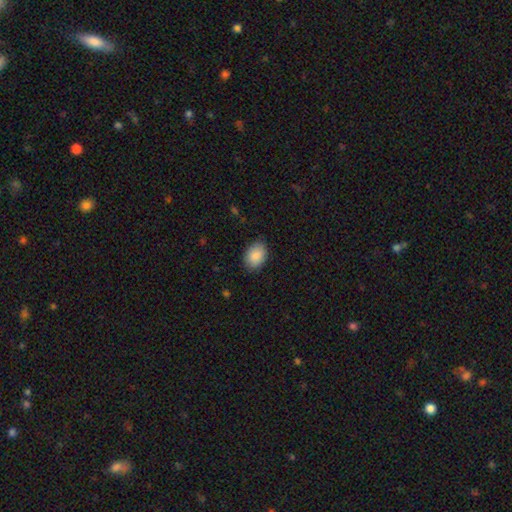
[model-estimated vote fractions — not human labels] Overall: smooth (88%). How rounded: in between (78%). Merging: none (84%).